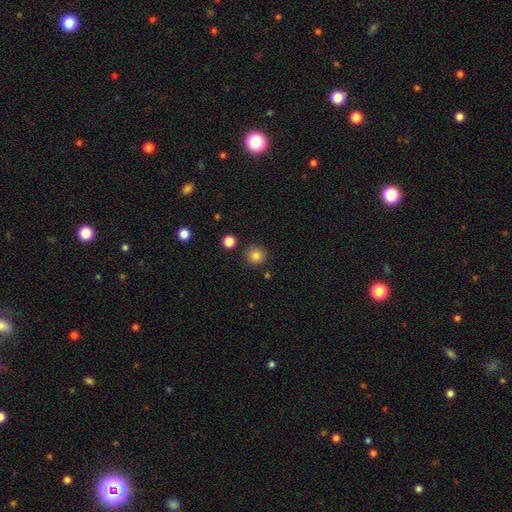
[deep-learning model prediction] This is clearly a smooth galaxy (84%). How rounded: clearly round (92%). Merging: clearly none (88%).